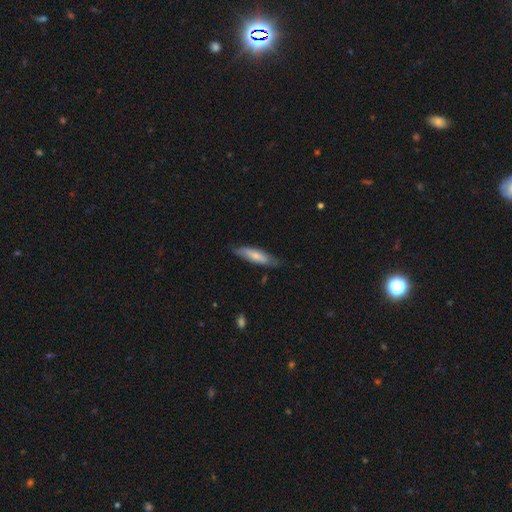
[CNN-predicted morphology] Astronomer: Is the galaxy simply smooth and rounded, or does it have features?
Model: smooth — 67%.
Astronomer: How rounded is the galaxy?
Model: cigar-shaped — 67%.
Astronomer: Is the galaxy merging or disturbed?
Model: none — 75%.